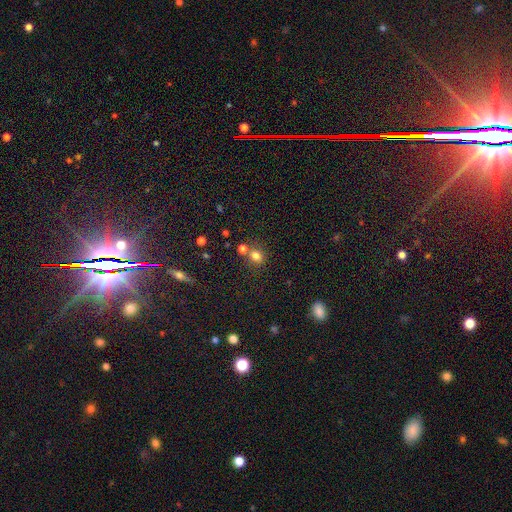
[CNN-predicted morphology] A smooth galaxy with no disk features (77%) that is round (68%). Merging: none (62%).